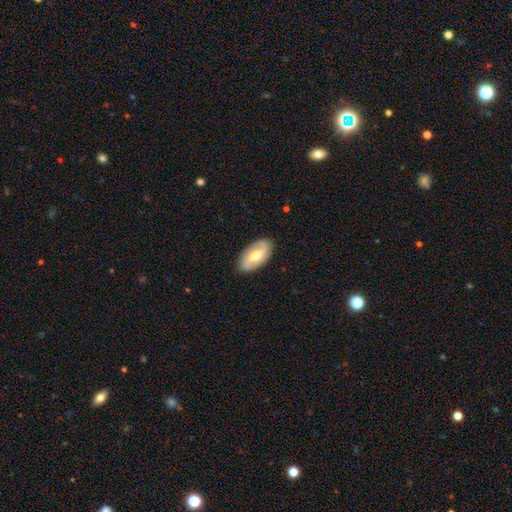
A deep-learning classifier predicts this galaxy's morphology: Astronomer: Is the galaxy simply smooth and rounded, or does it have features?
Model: featured or disk — 69%.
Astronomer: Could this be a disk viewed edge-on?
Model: no — 93%.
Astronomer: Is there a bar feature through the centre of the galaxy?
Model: weak — 45% (runner-up: strong, 28%).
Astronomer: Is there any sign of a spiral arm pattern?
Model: yes — 85%.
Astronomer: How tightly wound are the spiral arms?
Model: loose — 42% (runner-up: medium, 37%).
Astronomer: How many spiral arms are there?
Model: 2 — 87%.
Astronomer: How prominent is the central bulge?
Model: moderate — 62%.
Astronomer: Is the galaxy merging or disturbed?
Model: none — 86%.